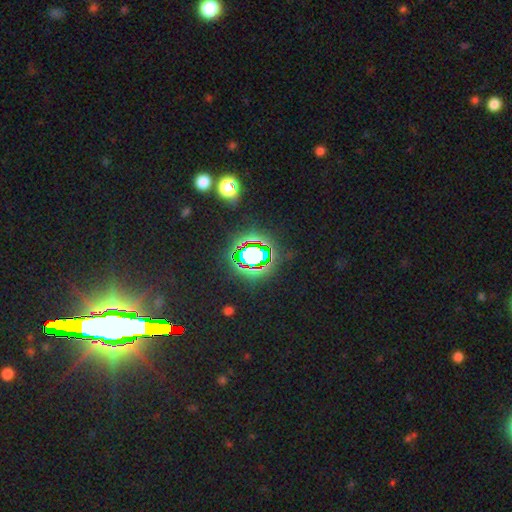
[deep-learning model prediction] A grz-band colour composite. It shows a star or artifact, not a galaxy (81%).